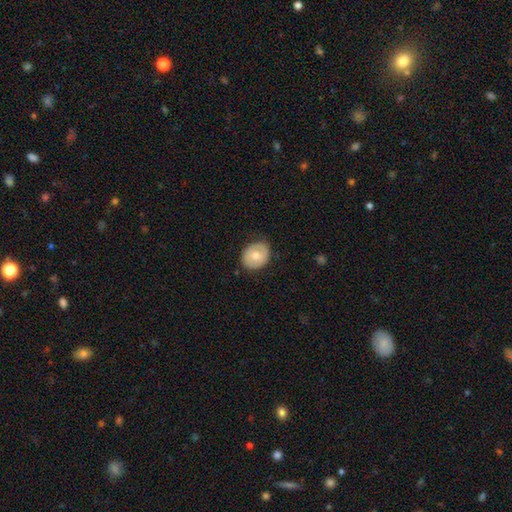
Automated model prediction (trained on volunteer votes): smooth_or_featured: smooth (p=0.63) [alt: featured or disk p=0.31]
how_rounded: round (p=0.56) [alt: in between p=0.43]
merging: none (p=0.80) [alt: minor disturbance p=0.16]